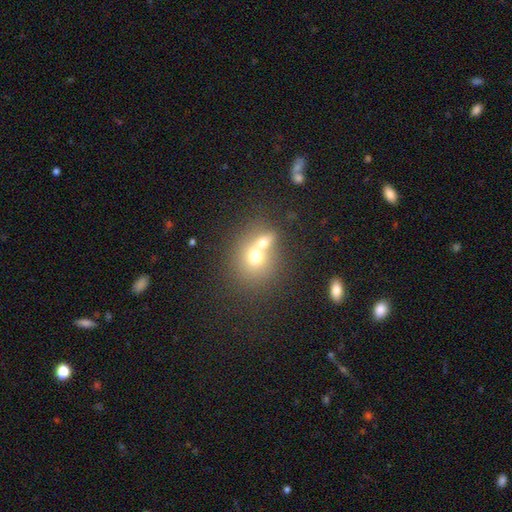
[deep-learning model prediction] Smooth or featured? Predicted: smooth (p=0.65). How rounded? Predicted: round (p=0.72). Merging? Predicted: merger (p=0.61).